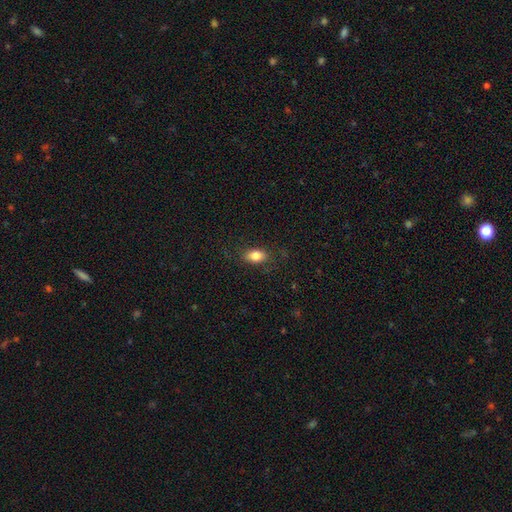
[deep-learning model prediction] Smooth or featured? Predicted: smooth (p=0.83). How rounded? Predicted: in between (p=0.88). Merging? Predicted: none (p=0.83).